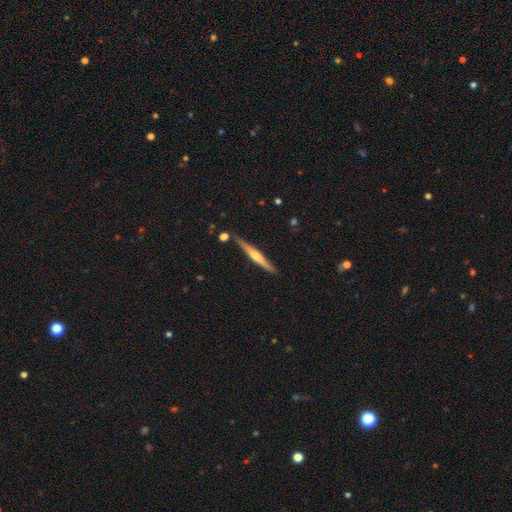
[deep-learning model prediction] Overall: featured or disk (68%). Edge-on disk: yes (97%). Edge-on bulge: rounded (84%). Merging: none (84%).